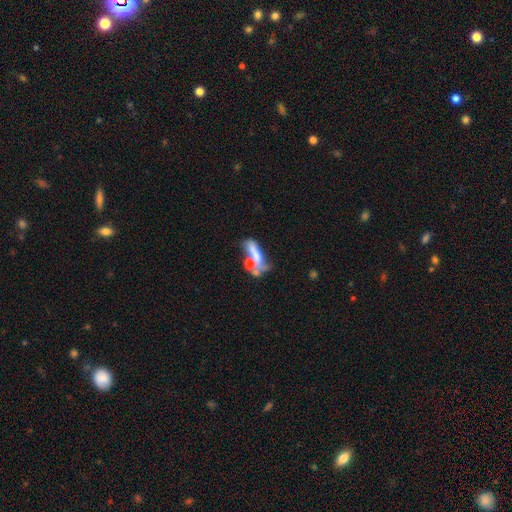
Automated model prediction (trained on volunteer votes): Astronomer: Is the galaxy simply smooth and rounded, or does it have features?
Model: smooth — 48% (runner-up: featured or disk, 40%).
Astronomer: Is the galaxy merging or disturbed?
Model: merger — 44% (runner-up: major disturbance, 22%).